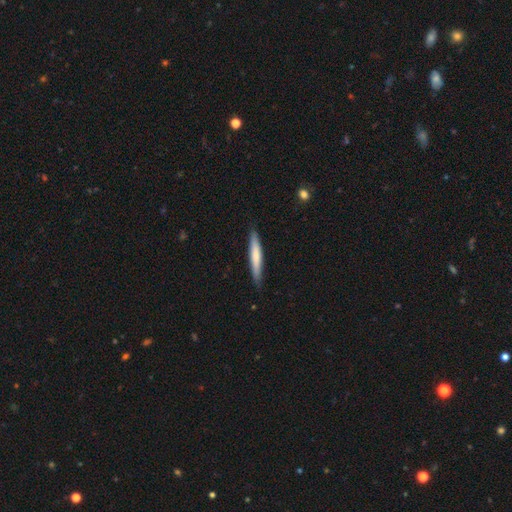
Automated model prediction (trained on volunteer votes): A smooth galaxy with no disk features (67%) that is cigar-shaped (94%). Merging: none (87%).